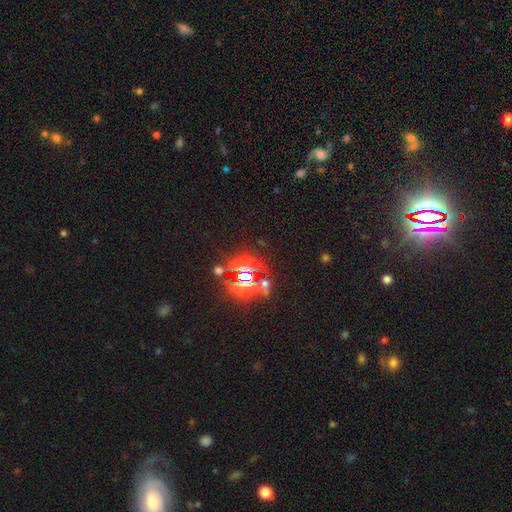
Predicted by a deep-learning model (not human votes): star or artifact 85%, smooth 9%, featured or disk 6%.